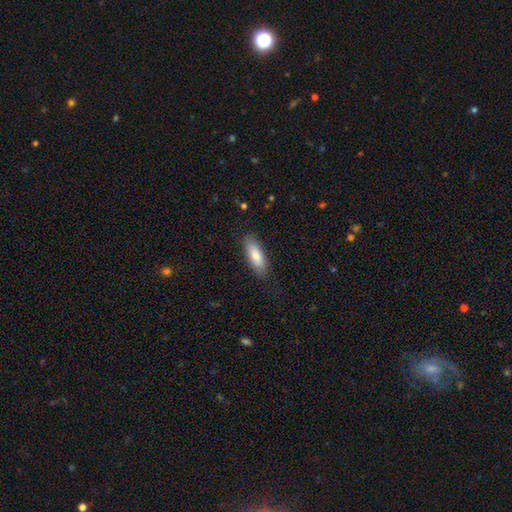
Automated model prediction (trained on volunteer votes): smooth_or_featured: smooth (p=0.80) [alt: featured or disk p=0.14]
how_rounded: in between (p=0.62) [alt: cigar-shaped p=0.37]
merging: none (p=0.85) [alt: minor disturbance p=0.12]